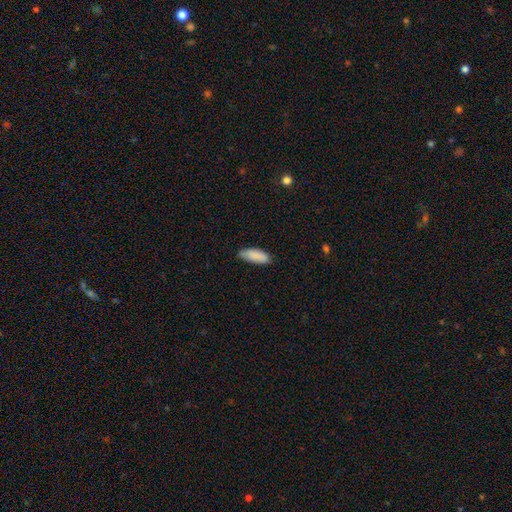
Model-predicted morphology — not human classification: This appears to be a smooth galaxy with no disk features (89%) that is in between round and cigar-shaped (75%). Merging: none (81%).